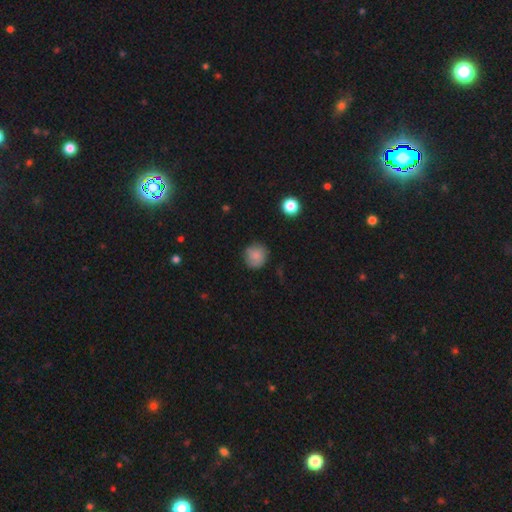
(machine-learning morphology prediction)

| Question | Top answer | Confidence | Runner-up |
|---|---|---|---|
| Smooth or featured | smooth | 84% | star or artifact (9%) |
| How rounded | round | 91% | in between (8%) |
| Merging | none | 83% | minor disturbance (13%) |